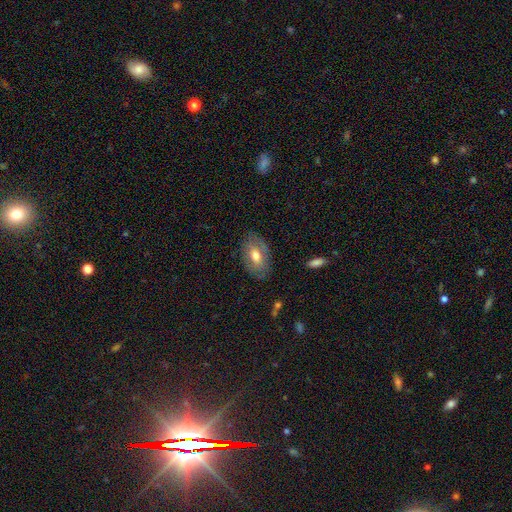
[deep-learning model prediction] This appears to be a smooth galaxy with no disk features (60%) that is in between round and cigar-shaped (91%). Merging: none (79%).